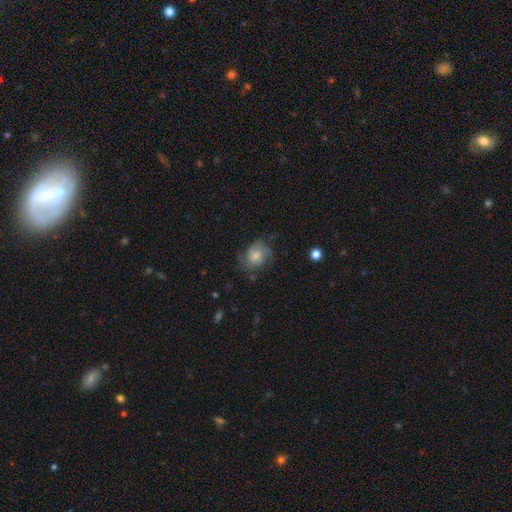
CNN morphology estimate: The model was most divided on "how rounded": round: 53%, in between: 46%, cigar-shaped: 1%. More confident: smooth or featured — smooth (54%); merging — none (51%).